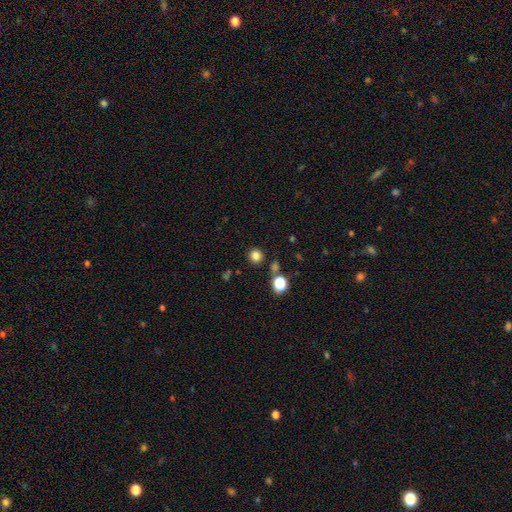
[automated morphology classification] Smooth or featured: smooth — 81% (star or artifact — 14%)
How rounded: round — 92% (in between — 7%)
Merging: none — 86% (minor disturbance — 7%)